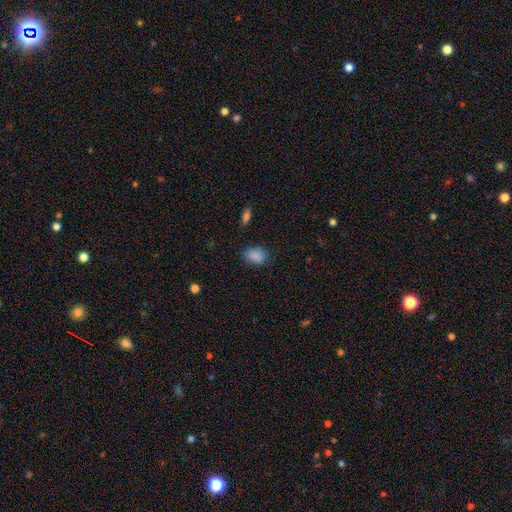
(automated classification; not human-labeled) smooth 87%, star or artifact 9%, featured or disk 4%. Down the decision tree: how rounded — in between (75%); merging — none (79%).